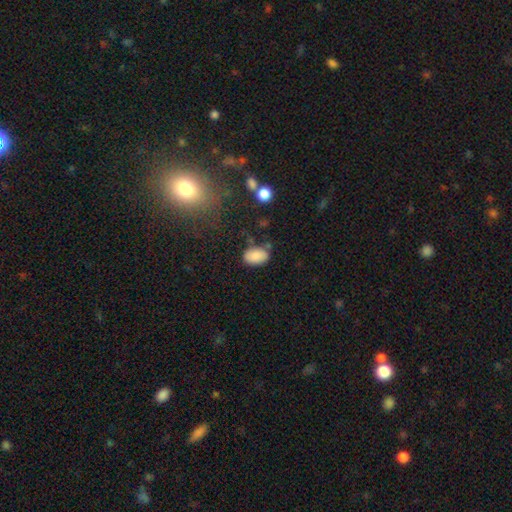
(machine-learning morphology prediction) A smooth galaxy with no disk features (86%) that is in between round and cigar-shaped (91%).

Vote fractions:
- Smooth or featured? smooth: 86% / star or artifact: 8% / featured or disk: 5%
- How rounded? in between: 91% / round: 7% / cigar-shaped: 1%
- Merging? none: 70% / minor disturbance: 20% / merger: 5% / major disturbance: 5%